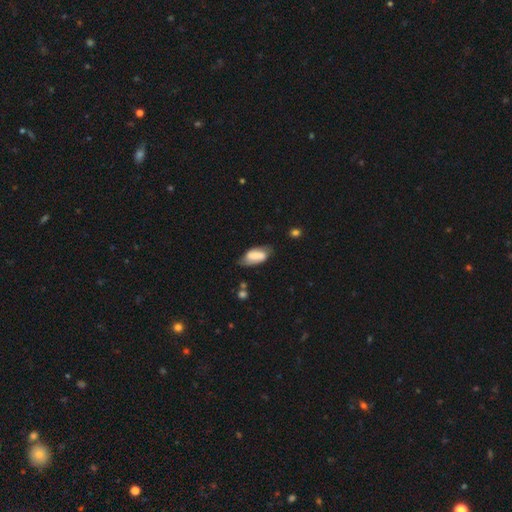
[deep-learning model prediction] smooth-or-featured: smooth: 56% | featured or disk: 36% | star or artifact: 8%
  how-rounded: in between: 89% | cigar-shaped: 7% | round: 4%
  merging: none: 55% | minor disturbance: 31% | major disturbance: 10% | merger: 4%